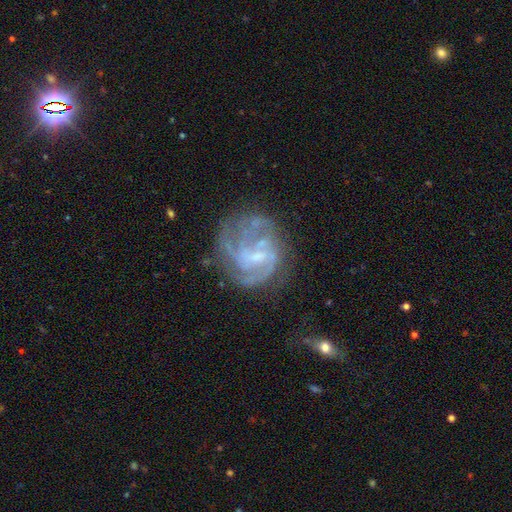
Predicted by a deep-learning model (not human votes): This is likely a featured or disk galaxy (80%). It is clearly not viewed edge-on (98%). Bar: possibly weak (49%). Spiral arm pattern: clearly yes (81%). Spiral arm count: marginally can't tell (32%). Spiral winding: marginally medium (43%). Central bulge: marginally small (44%). Merging: possibly none (50%).